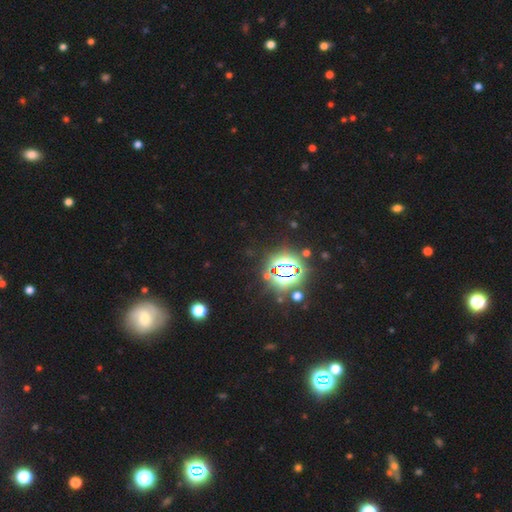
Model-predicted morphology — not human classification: star or artifact 79%, smooth 13%, featured or disk 8%.